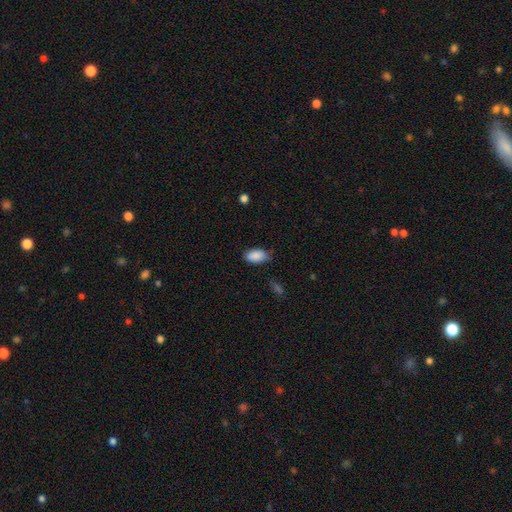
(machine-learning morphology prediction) A smooth galaxy with no disk features (88%) that is in between round and cigar-shaped (93%). Merging: none (72%).